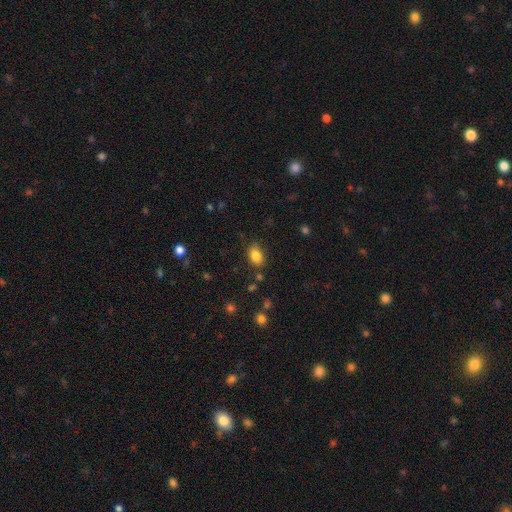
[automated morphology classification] smooth_or_featured: smooth (p=0.85) [alt: star or artifact p=0.09]
how_rounded: in between (p=0.86) [alt: round p=0.12]
merging: none (p=0.78) [alt: minor disturbance p=0.15]